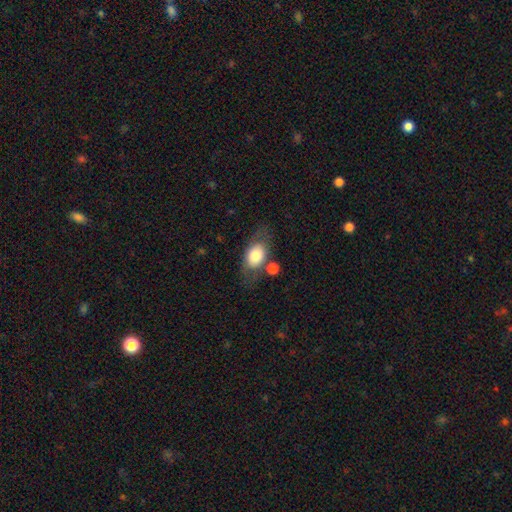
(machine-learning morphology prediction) This appears to be a smooth galaxy with no disk features (74%) that is in between round and cigar-shaped (81%). Merging: none (61%).